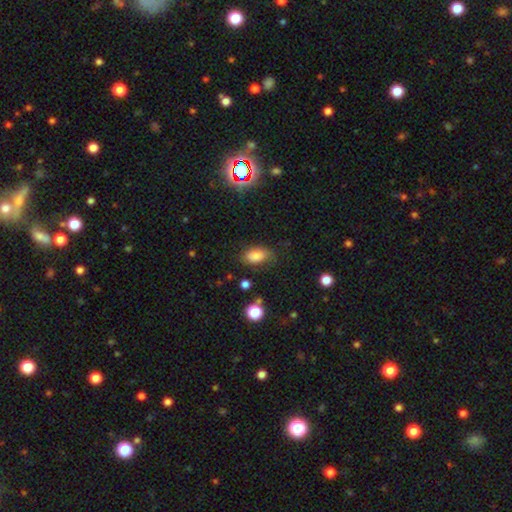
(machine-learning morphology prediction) Q: Smooth or featured?
A: smooth (79%); runner-up: featured or disk (11%)
Q: How rounded?
A: in between (90%); runner-up: round (8%)
Q: Merging?
A: none (69%); runner-up: minor disturbance (22%)